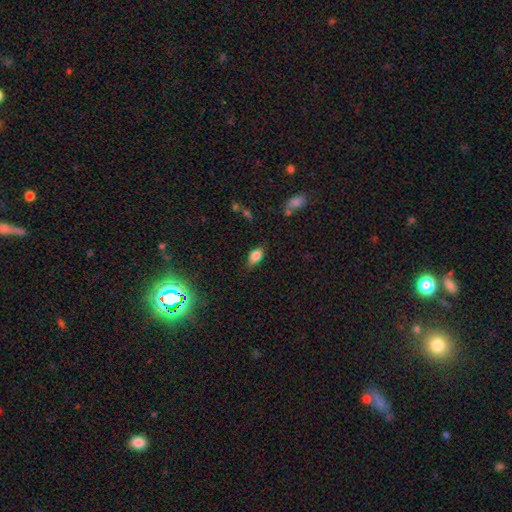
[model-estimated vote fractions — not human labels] A smooth galaxy with no disk features (82%) that is in between round and cigar-shaped (88%).

Vote fractions:
- Smooth or featured? smooth: 82% / star or artifact: 9% / featured or disk: 9%
- How rounded? in between: 88% / round: 7% / cigar-shaped: 5%
- Merging? none: 74% / minor disturbance: 20% / major disturbance: 4% / merger: 2%